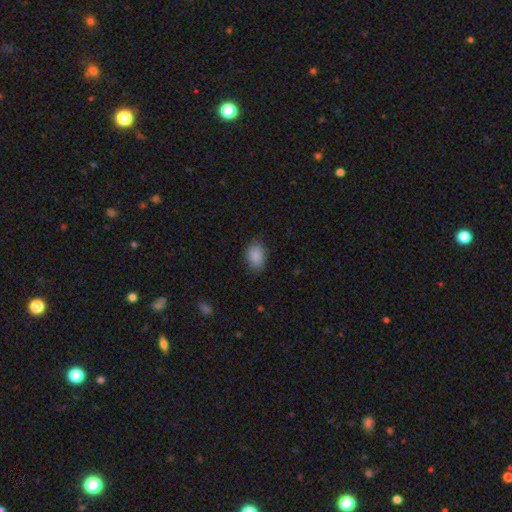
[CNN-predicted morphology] The model was most divided on "how rounded": in between: 82%, round: 17%, cigar-shaped: 1%. More confident: smooth or featured — smooth (88%); merging — none (83%).